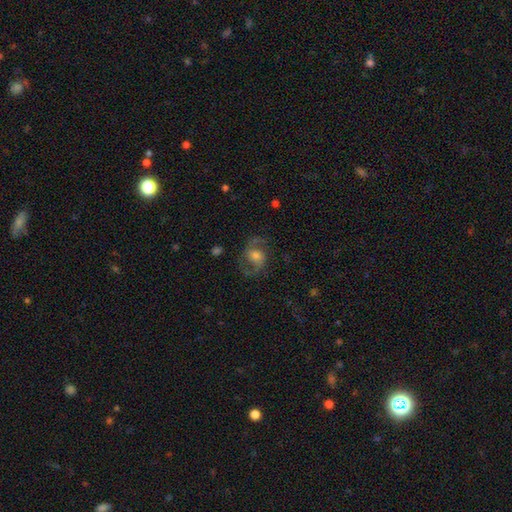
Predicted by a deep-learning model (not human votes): The model was most divided on "bar": no: 52%, weak: 38%, strong: 11%. More confident: edge-on disk — no (97%); spiral arms — yes (88%); spiral arm count — 2 (87%); merging — none (67%); smooth or featured — featured or disk (67%); spiral winding — medium (53%); bulge size — moderate (50%).